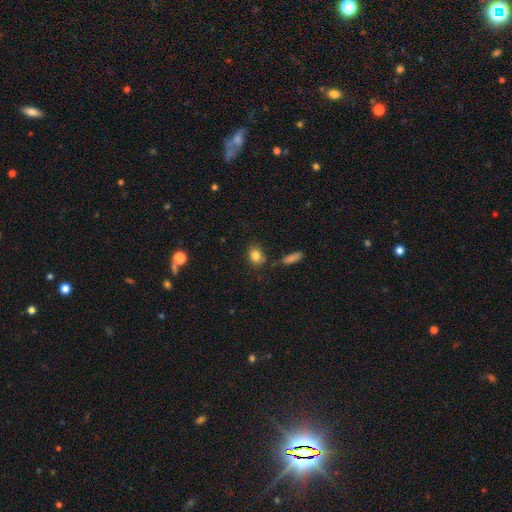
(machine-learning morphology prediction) This appears to be a smooth galaxy with no disk features (82%) that is in between round and cigar-shaped (51%). Merging: none (70%).